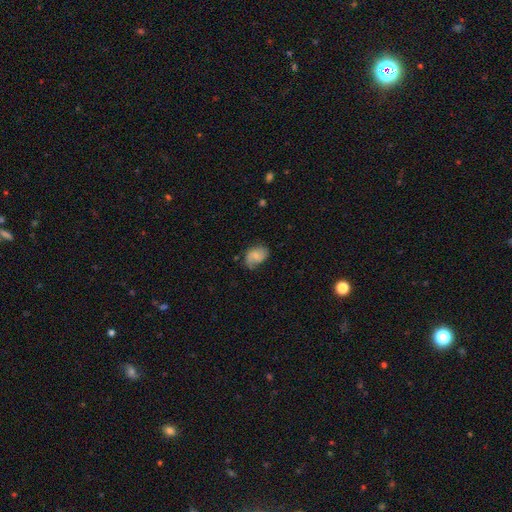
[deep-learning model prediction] A featured or disk galaxy (47%).

Vote fractions:
- Smooth or featured? featured or disk: 47% / smooth: 44% / star or artifact: 8%
- Merging? none: 56% / minor disturbance: 29% / major disturbance: 13% / merger: 2%